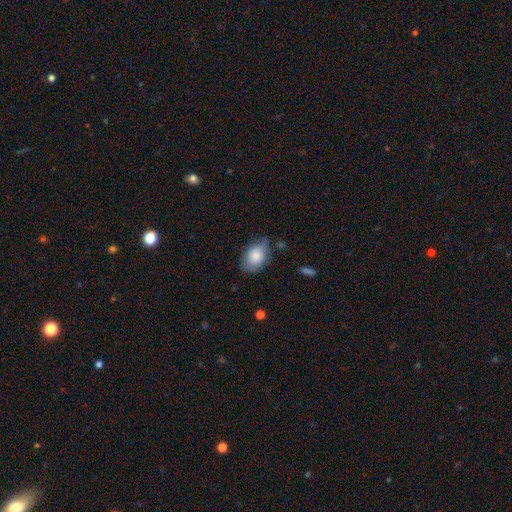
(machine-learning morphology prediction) A smooth galaxy with no disk features (83%) that is in between round and cigar-shaped (84%).

Vote fractions:
- Smooth or featured? smooth: 83% / featured or disk: 10% / star or artifact: 7%
- How rounded? in between: 84% / round: 14% / cigar-shaped: 1%
- Merging? none: 60% / minor disturbance: 31% / major disturbance: 7% / merger: 3%